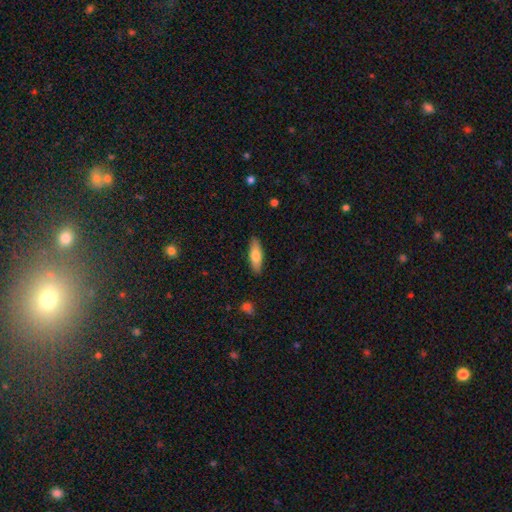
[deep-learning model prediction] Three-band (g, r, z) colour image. It shows a smooth galaxy with no disk features (69%) that is in between round and cigar-shaped (55%). Merging: none (88%).